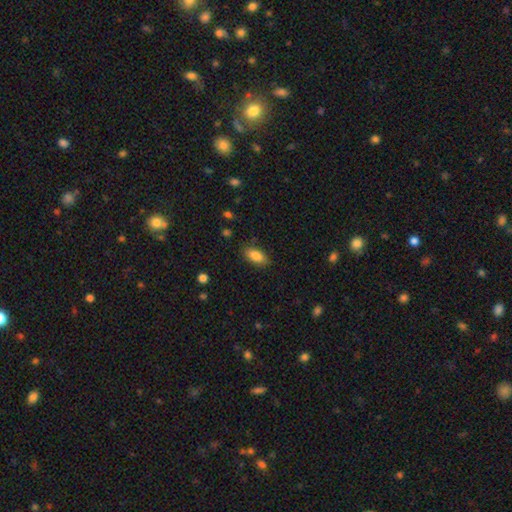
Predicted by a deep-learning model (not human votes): Q: Smooth or featured?
A: smooth (85%); runner-up: featured or disk (8%)
Q: How rounded?
A: in between (87%); runner-up: cigar-shaped (10%)
Q: Merging?
A: none (83%); runner-up: minor disturbance (13%)